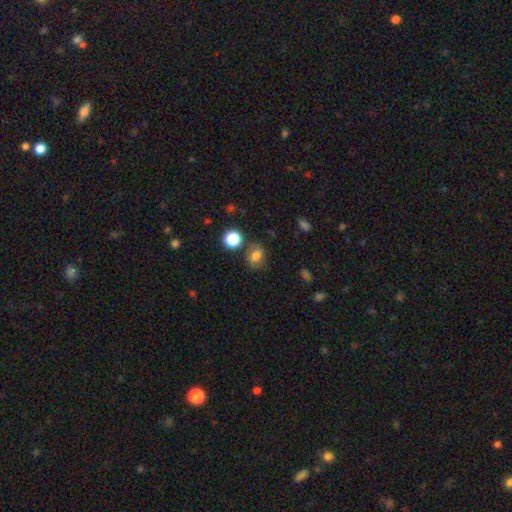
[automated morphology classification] This is likely a smooth galaxy (72%). How rounded: possibly in between (56%). Merging: likely none (69%).